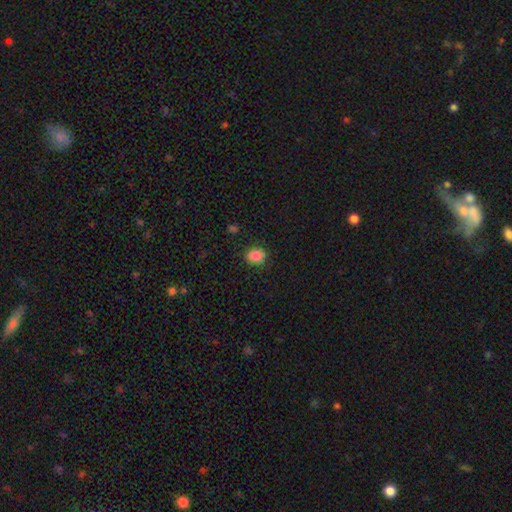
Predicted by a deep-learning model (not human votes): The model was most divided on "how rounded": round: 51%, in between: 48%, cigar-shaped: 1%. More confident: smooth or featured — smooth (87%); merging — none (84%).